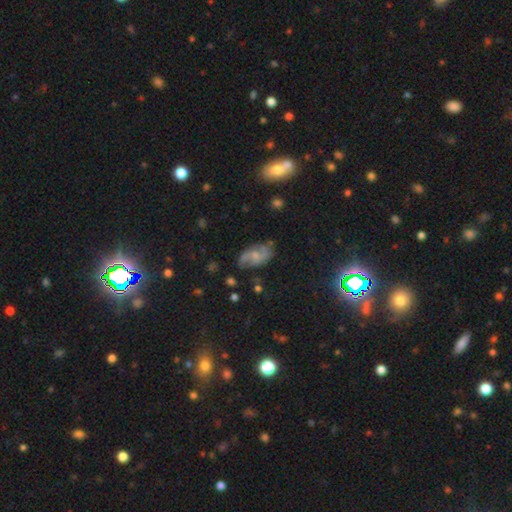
A featured or disk galaxy (76%) with no bar (72%), 2 (72%) medium (48%) spiral arms (78%) and a small central bulge (47%). Merging: none (60%).